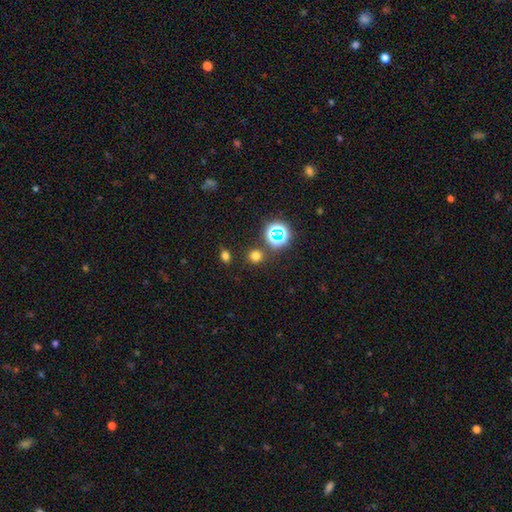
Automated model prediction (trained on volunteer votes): Smooth or featured?
  - smooth: 69% *
  - star or artifact: 25%
  - featured or disk: 6%
How rounded?
  - round: 87% *
  - in between: 12%
  - cigar-shaped: 1%
Merging?
  - none: 83% *
  - minor disturbance: 7%
  - merger: 6%
  - major disturbance: 3%